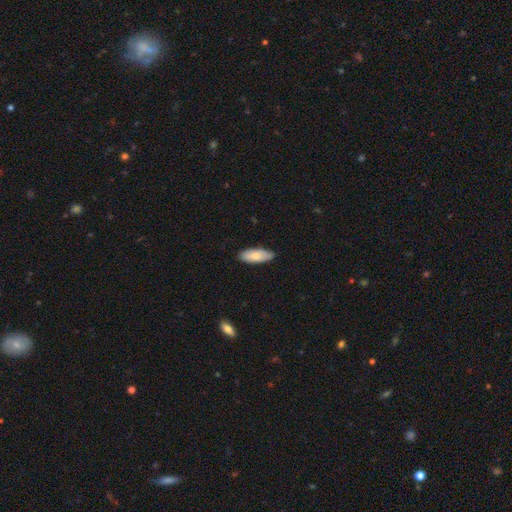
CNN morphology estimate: This is likely a smooth galaxy (78%). How rounded: likely in between (73%). Merging: clearly none (83%).